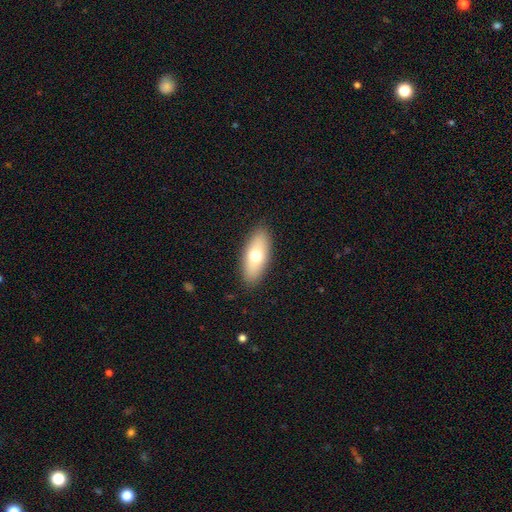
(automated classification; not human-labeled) Smooth or featured? Predicted: smooth (p=0.67). How rounded? Predicted: in between (p=0.81). Merging? Predicted: none (p=0.88).